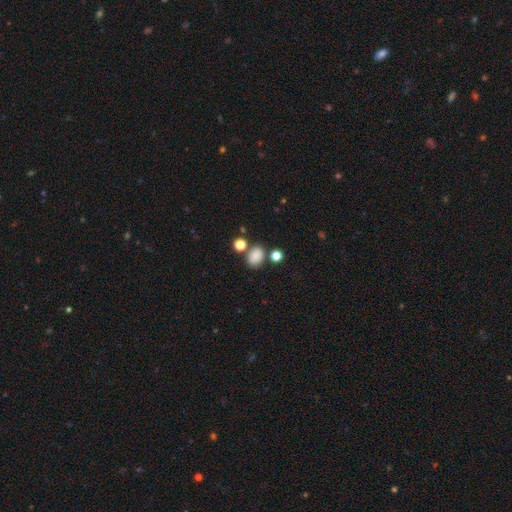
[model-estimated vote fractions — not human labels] A smooth galaxy with no disk features (83%) that is in between round and cigar-shaped (62%). Merging: none (73%).